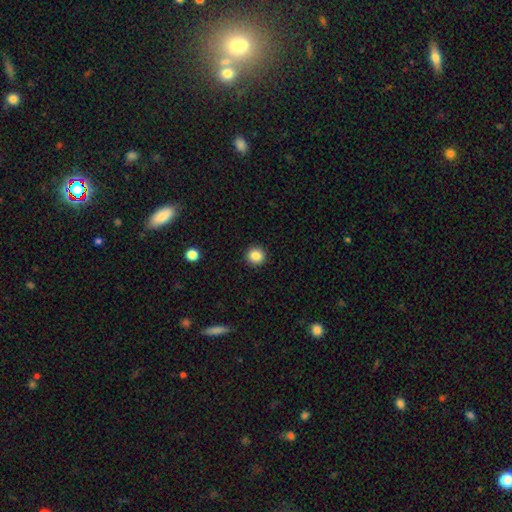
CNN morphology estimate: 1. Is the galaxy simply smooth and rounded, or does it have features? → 86% smooth, 10% star or artifact, 4% featured or disk.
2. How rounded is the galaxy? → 94% round, 5% in between, 1% cigar-shaped.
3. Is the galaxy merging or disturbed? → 93% none, 4% minor disturbance, 2% major disturbance, 1% merger.